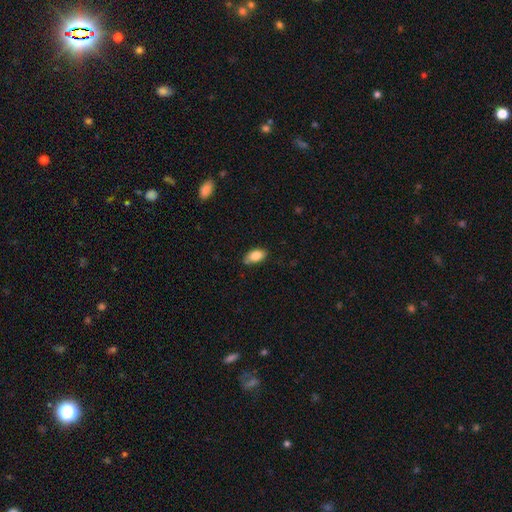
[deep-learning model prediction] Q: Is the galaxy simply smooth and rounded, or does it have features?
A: smooth — 84%.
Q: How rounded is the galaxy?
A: in between — 91%.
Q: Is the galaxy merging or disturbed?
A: none — 73%.